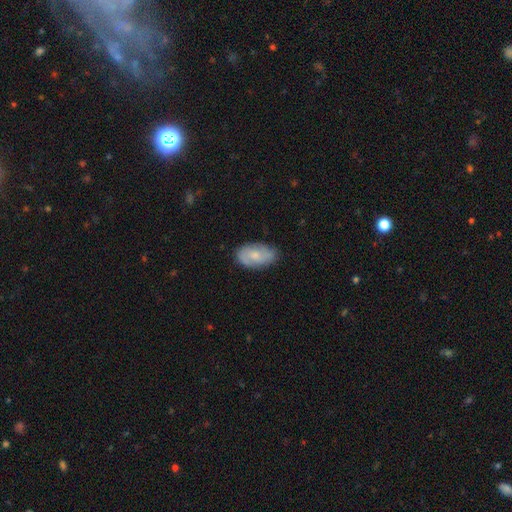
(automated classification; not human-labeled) A smooth galaxy with no disk features (49%). Merging: none (75%).